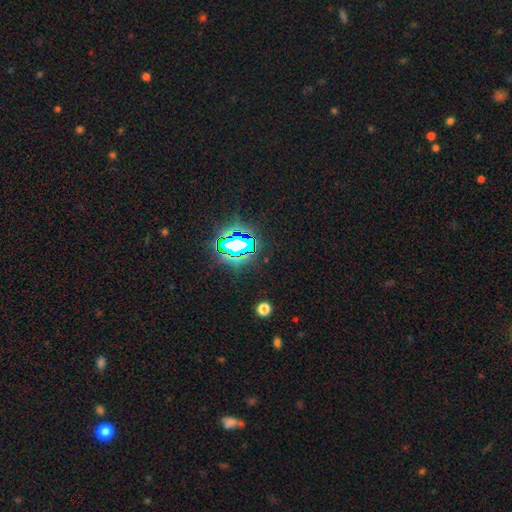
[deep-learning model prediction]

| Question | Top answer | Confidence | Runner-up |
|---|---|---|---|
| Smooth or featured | star or artifact | 83% | smooth (10%) |